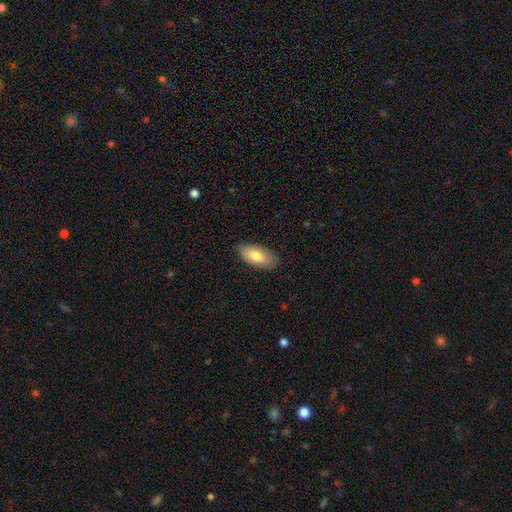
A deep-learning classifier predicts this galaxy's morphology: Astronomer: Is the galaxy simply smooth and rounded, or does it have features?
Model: smooth — 77%.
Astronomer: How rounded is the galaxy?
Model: in between — 91%.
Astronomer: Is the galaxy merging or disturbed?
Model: none — 85%.